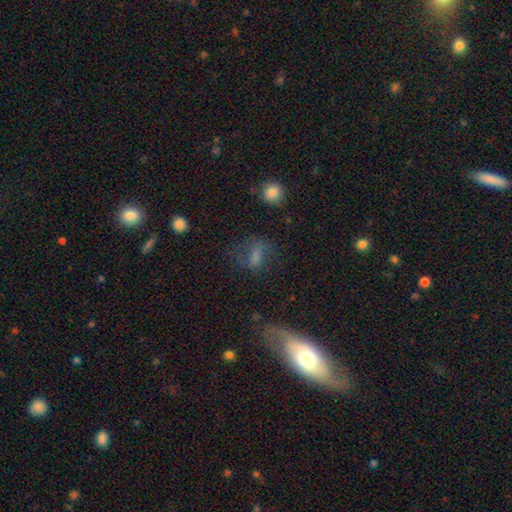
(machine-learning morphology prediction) Overall: smooth (45%; featured or disk 34%). Merging: none (59%).